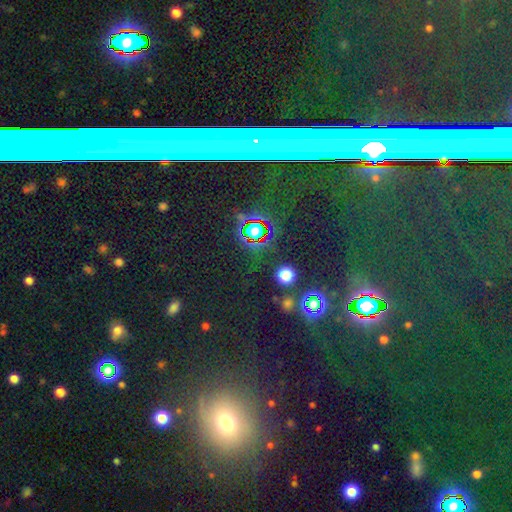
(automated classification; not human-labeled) star or artifact 69%, smooth 21%, featured or disk 11%.